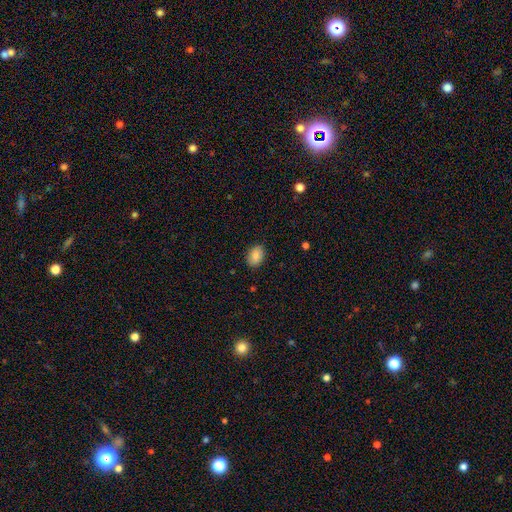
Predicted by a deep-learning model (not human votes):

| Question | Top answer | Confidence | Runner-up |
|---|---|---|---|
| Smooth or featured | smooth | 86% | star or artifact (8%) |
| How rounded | in between | 80% | round (19%) |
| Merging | none | 88% | minor disturbance (9%) |